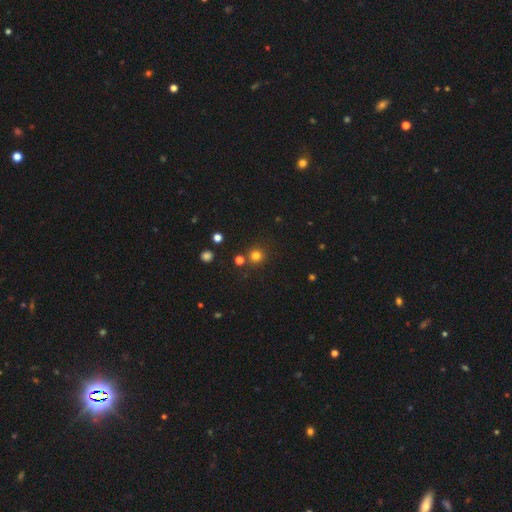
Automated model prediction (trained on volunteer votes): Morphology: type=smooth (77%); roundness=round (92%); merging=none (82%).